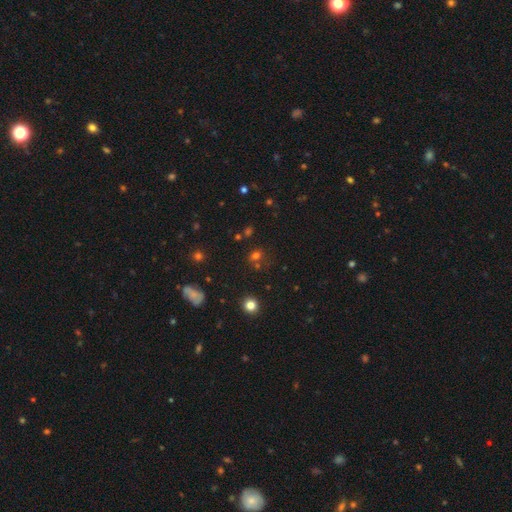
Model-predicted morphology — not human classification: Smooth or featured: smooth — 64% (star or artifact — 28%)
How rounded: round — 77% (in between — 22%)
Merging: none — 68% (merger — 15%)